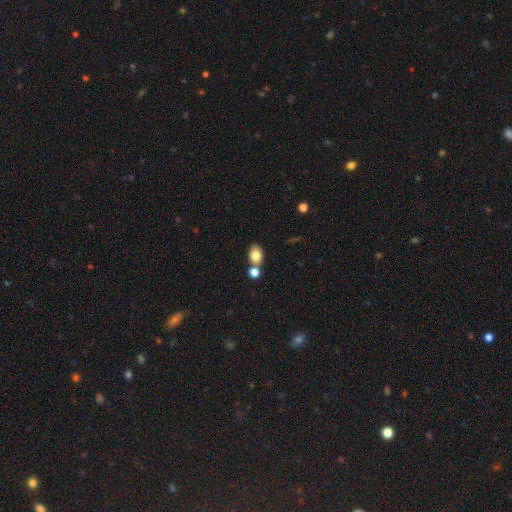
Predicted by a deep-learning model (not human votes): Morphology: type=smooth (80%); roundness=in between (69%); merging=none (61%).